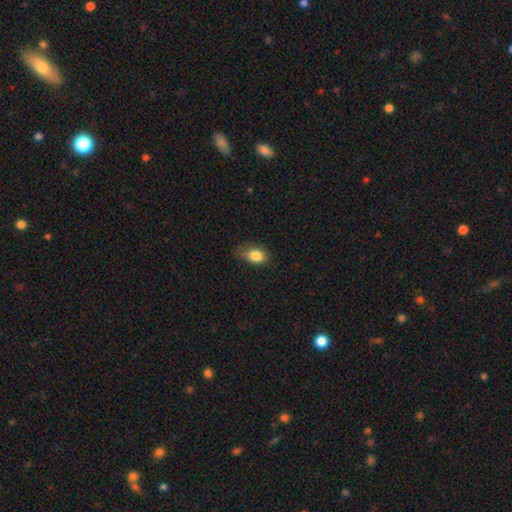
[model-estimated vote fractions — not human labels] A smooth galaxy with no disk features (85%) that is in between round and cigar-shaped (82%). Merging: none (68%).